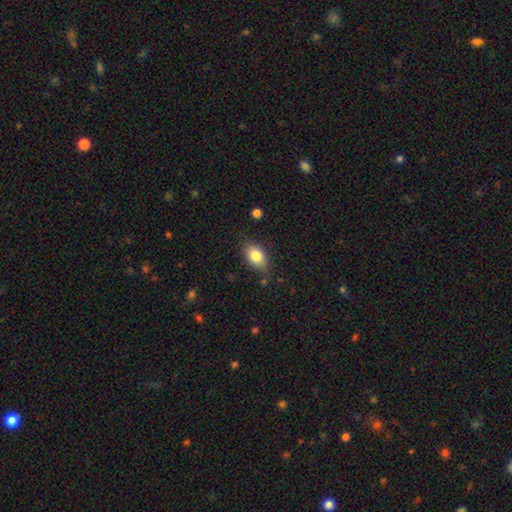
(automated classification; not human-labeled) smooth_or_featured: smooth (p=0.83) [alt: featured or disk p=0.10]
how_rounded: in between (p=0.88) [alt: round p=0.10]
merging: none (p=0.78) [alt: minor disturbance p=0.16]